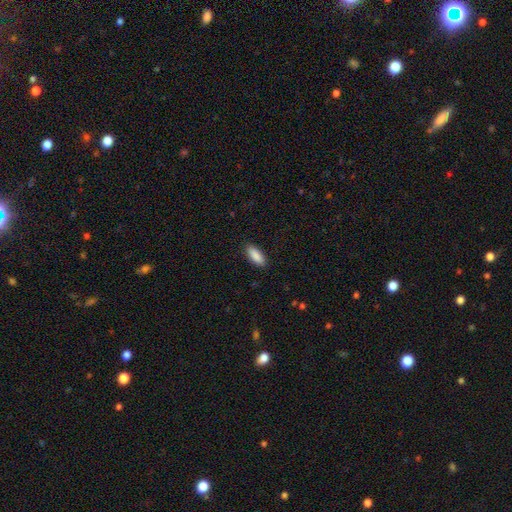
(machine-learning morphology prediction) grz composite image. It shows a smooth galaxy with no disk features (90%) that is in between round and cigar-shaped (76%). Merging: none (89%).